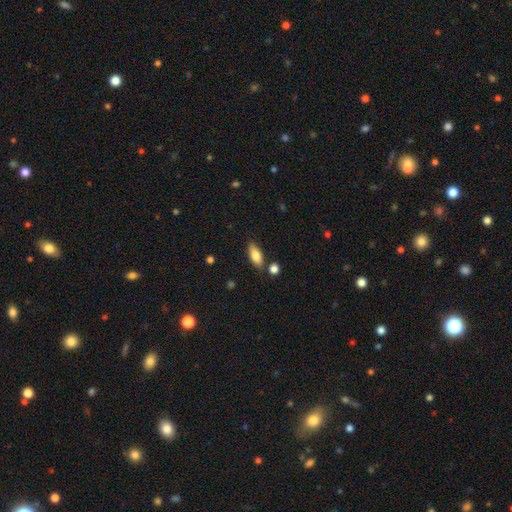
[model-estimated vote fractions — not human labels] Q: Smooth or featured?
A: smooth (80%); runner-up: featured or disk (13%)
Q: How rounded?
A: in between (78%); runner-up: cigar-shaped (19%)
Q: Merging?
A: none (79%); runner-up: minor disturbance (13%)